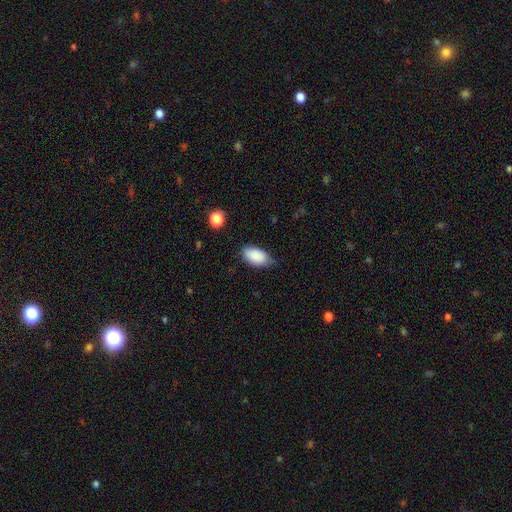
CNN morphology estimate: This appears to be a smooth galaxy with no disk features (88%) that is in between round and cigar-shaped (94%). Merging: none (68%).